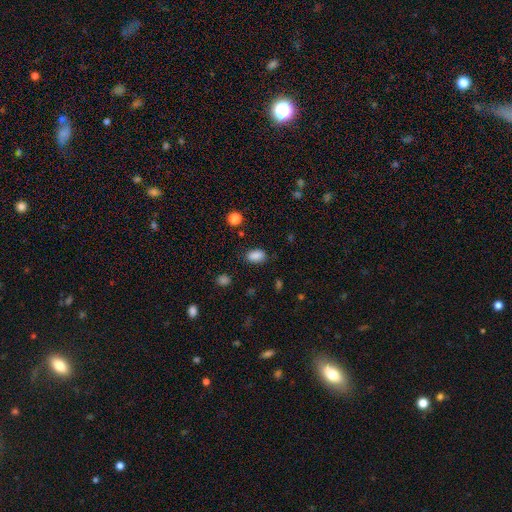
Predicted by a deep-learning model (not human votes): Morphology: type=smooth (87%); roundness=in between (89%); merging=none (82%).